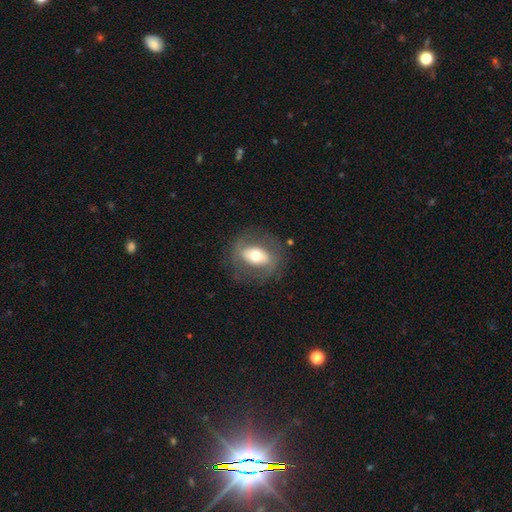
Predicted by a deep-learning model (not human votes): A featured or disk galaxy (49%). Merging: none (75%).